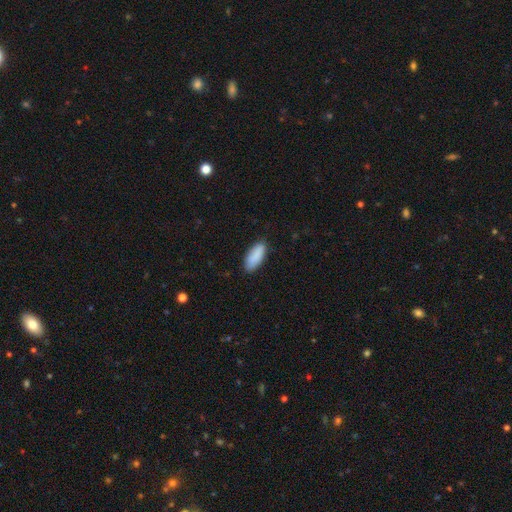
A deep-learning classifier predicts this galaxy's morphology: smooth-or-featured: smooth: 90% | star or artifact: 6% | featured or disk: 5%
  how-rounded: in between: 80% | cigar-shaped: 19% | round: 2%
  merging: none: 84% | minor disturbance: 13% | major disturbance: 2% | merger: 1%